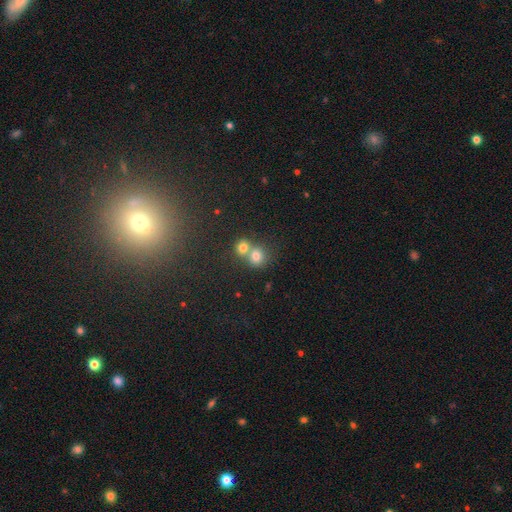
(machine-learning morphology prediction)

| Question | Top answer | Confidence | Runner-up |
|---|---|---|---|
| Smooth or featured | smooth | 74% | star or artifact (15%) |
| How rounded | round | 80% | in between (19%) |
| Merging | merger | 58% | none (34%) |